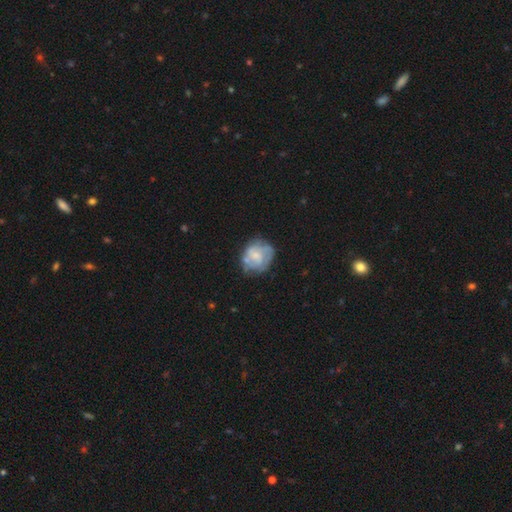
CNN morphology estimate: Smooth or featured? Predicted: featured or disk (p=0.59). Edge-on disk? Predicted: no (p=0.98). Bar? Predicted: no (p=0.72). Spiral arms? Predicted: yes (p=0.54). Bulge size? Predicted: small (p=0.49). Merging? Predicted: none (p=0.57).